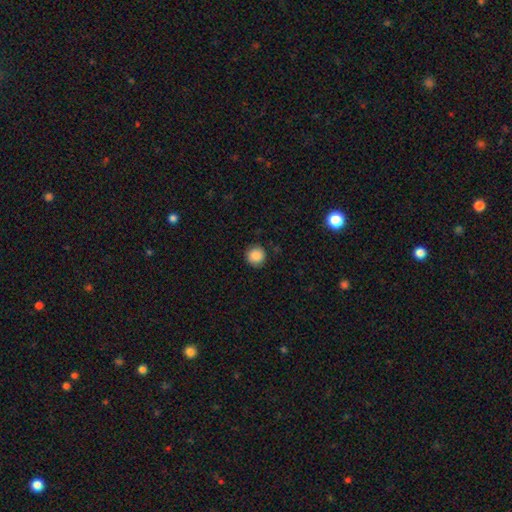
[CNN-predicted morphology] This is clearly a smooth galaxy (87%). How rounded: clearly round (95%). Merging: clearly none (89%).